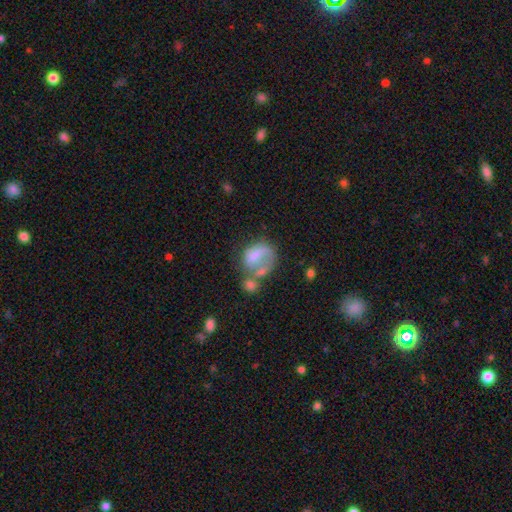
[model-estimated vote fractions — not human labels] Q: Smooth or featured?
A: smooth (52%); runner-up: featured or disk (38%)
Q: How rounded?
A: round (54%); runner-up: in between (44%)
Q: Merging?
A: major disturbance (29%); runner-up: merger (28%)